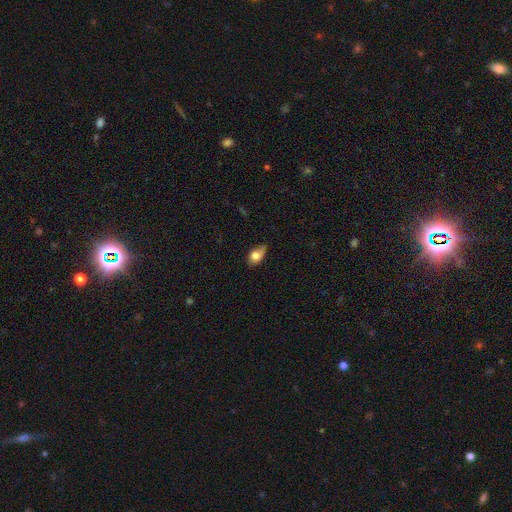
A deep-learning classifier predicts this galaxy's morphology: smooth 75%, featured or disk 17%, star or artifact 8%. Down the decision tree: how rounded — in between (83%); merging — none (49%).